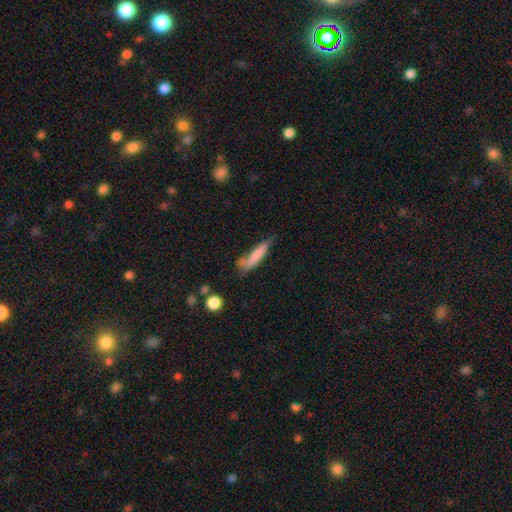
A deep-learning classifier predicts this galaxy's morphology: A smooth galaxy with no disk features (75%) that is cigar-shaped (81%).

Vote fractions:
- Smooth or featured? smooth: 75% / featured or disk: 18% / star or artifact: 7%
- How rounded? cigar-shaped: 81% / in between: 17% / round: 2%
- Merging? none: 45% / minor disturbance: 31% / major disturbance: 15% / merger: 8%